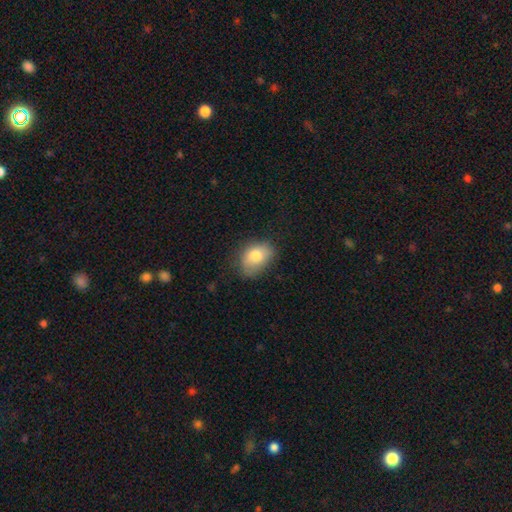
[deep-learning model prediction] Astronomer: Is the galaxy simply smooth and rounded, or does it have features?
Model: smooth — 78%.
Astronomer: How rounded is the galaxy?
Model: in between — 75%.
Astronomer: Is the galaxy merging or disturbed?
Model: none — 63%.